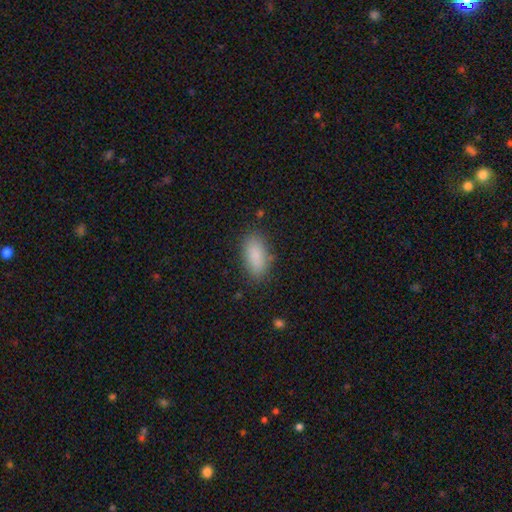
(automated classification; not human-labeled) Smooth or featured: smooth — 88% (star or artifact — 7%)
How rounded: in between — 87% (cigar-shaped — 11%)
Merging: none — 83% (minor disturbance — 12%)